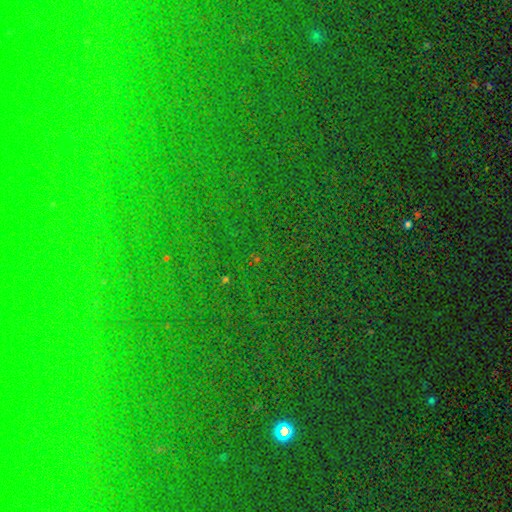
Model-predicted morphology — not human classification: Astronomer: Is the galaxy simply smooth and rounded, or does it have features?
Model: star or artifact — 82%.